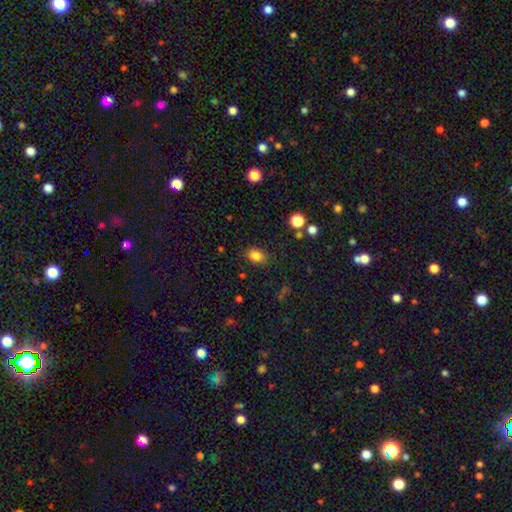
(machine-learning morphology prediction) This appears to be a smooth galaxy with no disk features (83%) that is in between round and cigar-shaped (73%). Merging: none (83%).